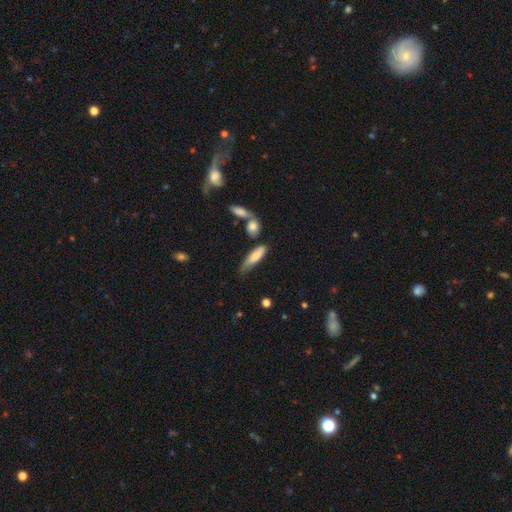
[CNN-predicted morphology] A smooth galaxy with no disk features (75%) that is cigar-shaped (61%). Merging: none (45%).